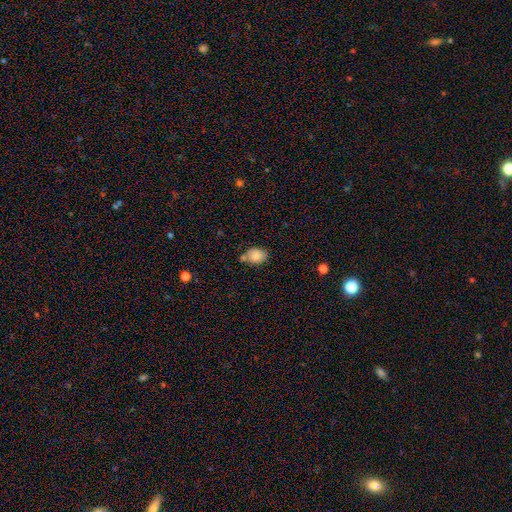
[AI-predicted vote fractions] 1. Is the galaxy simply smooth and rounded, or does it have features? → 84% smooth, 9% star or artifact, 8% featured or disk.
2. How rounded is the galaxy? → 68% in between, 31% round, 1% cigar-shaped.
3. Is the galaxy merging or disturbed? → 59% none, 22% minor disturbance, 14% merger, 5% major disturbance.